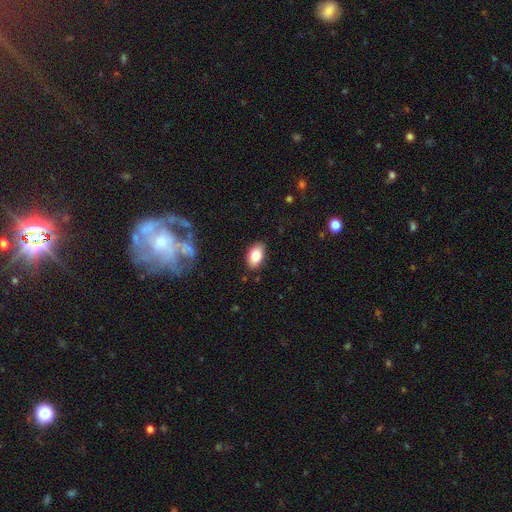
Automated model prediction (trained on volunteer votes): Smooth or featured? Predicted: smooth (p=0.81). How rounded? Predicted: in between (p=0.92). Merging? Predicted: none (p=0.87).